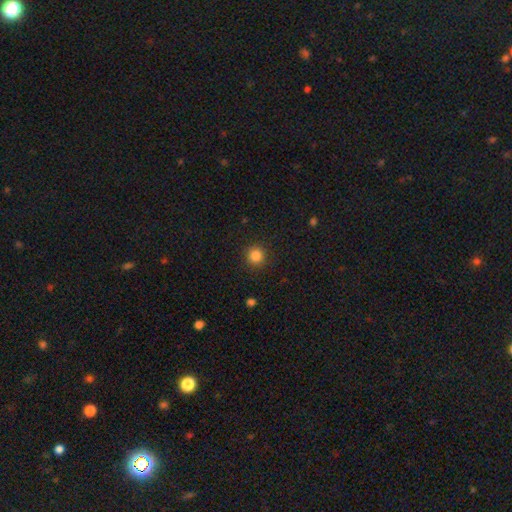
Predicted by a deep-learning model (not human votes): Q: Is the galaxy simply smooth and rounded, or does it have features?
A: smooth — 84%.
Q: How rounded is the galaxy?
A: round — 94%.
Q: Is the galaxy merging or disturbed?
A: none — 91%.